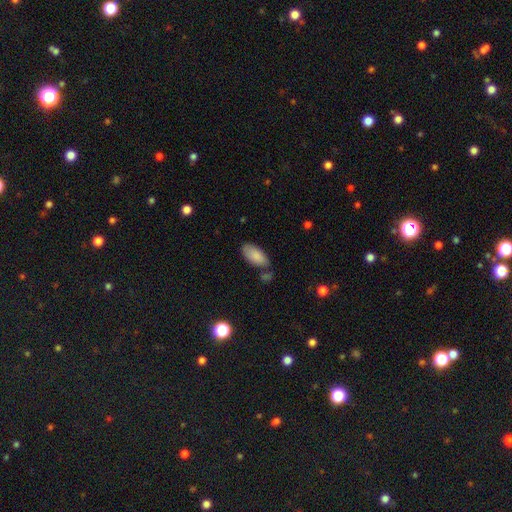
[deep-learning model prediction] Smooth or featured? smooth (85%)
How rounded? in between (91%)
Merging? none (66%)